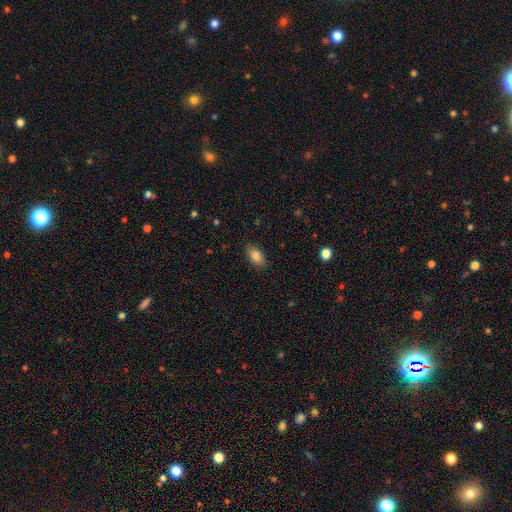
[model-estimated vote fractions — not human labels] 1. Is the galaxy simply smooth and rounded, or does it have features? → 84% smooth, 8% star or artifact, 8% featured or disk.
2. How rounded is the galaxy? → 90% in between, 7% round, 3% cigar-shaped.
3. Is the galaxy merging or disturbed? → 86% none, 10% minor disturbance, 2% major disturbance, 1% merger.